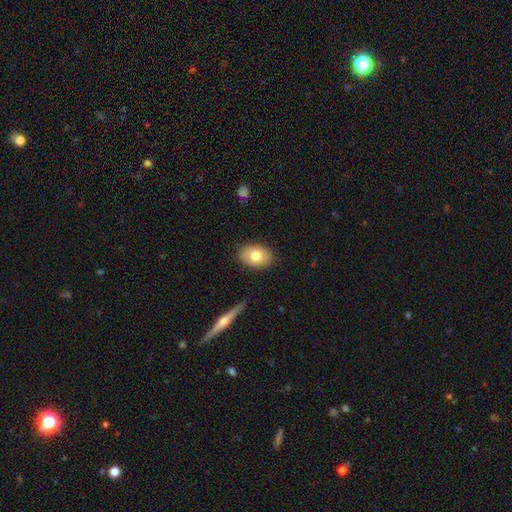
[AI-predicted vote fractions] This is likely a smooth galaxy (75%). How rounded: clearly in between (80%). Merging: clearly none (86%).